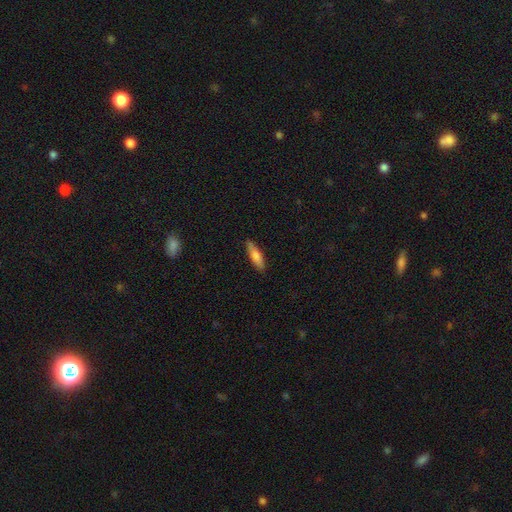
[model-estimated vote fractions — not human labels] Morphology: type=smooth (72%); roundness=cigar-shaped (72%); merging=none (87%).